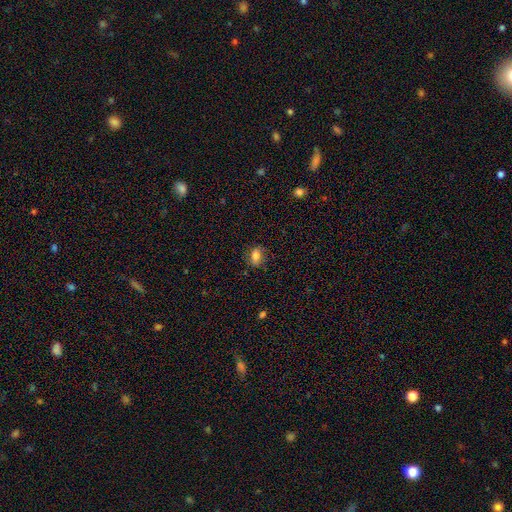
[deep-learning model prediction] Smooth or featured? Predicted: smooth (p=0.77). How rounded? Predicted: in between (p=0.76). Merging? Predicted: none (p=0.80).